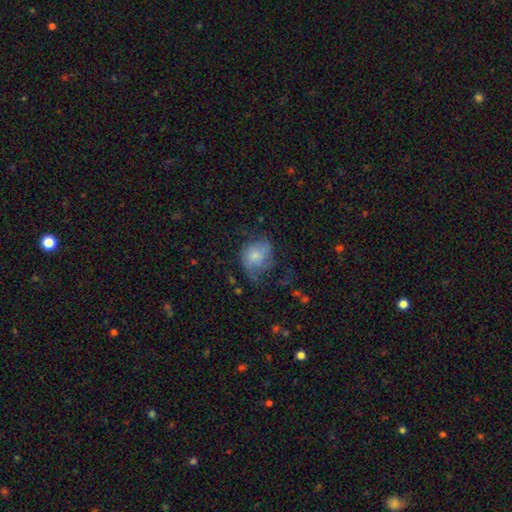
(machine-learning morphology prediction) smooth-or-featured: smooth: 60% | featured or disk: 31% | star or artifact: 9%
  how-rounded: round: 56% | in between: 43% | cigar-shaped: 1%
  merging: none: 37% | major disturbance: 30% | minor disturbance: 30% | merger: 2%